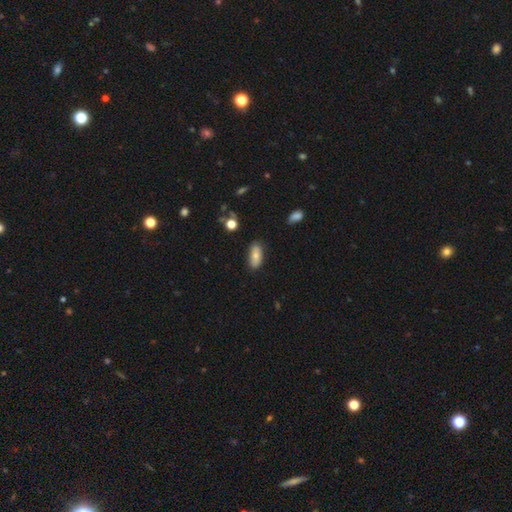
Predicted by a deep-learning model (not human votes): Smooth or featured? smooth (76%)
How rounded? in between (85%)
Merging? none (81%)